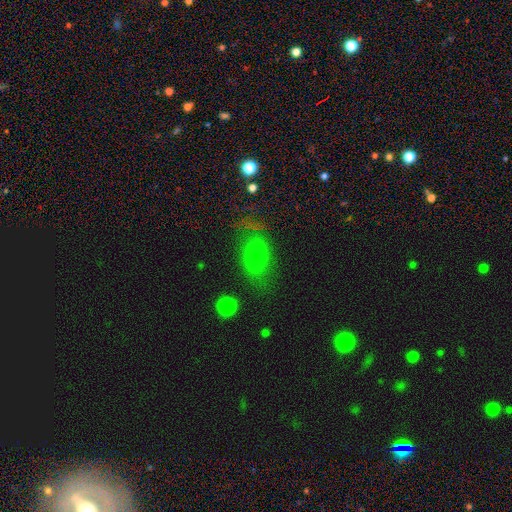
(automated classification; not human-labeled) smooth_or_featured: smooth (p=0.58) [alt: featured or disk p=0.25]
how_rounded: in between (p=0.83) [alt: round p=0.12]
merging: none (p=0.53) [alt: minor disturbance p=0.23]